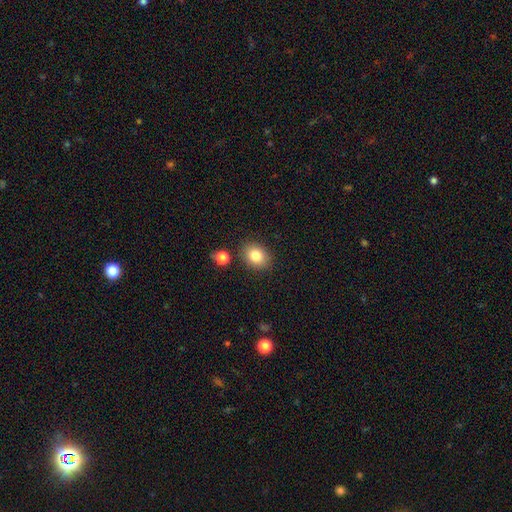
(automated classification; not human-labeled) Smooth or featured? smooth (82%)
How rounded? round (50%)
Merging? none (84%)